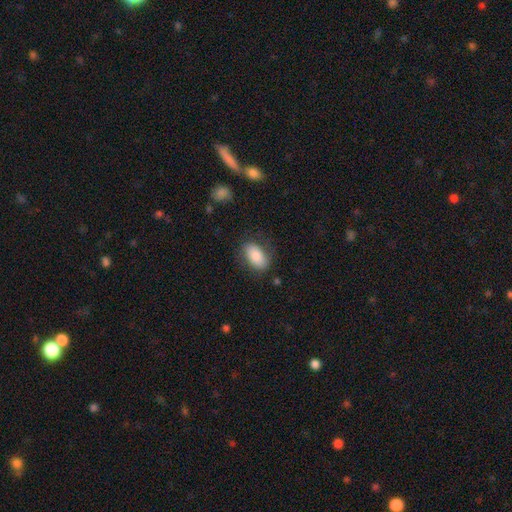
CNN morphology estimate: smooth_or_featured: smooth (p=0.82) [alt: featured or disk p=0.11]
how_rounded: in between (p=0.92) [alt: round p=0.06]
merging: none (p=0.74) [alt: minor disturbance p=0.17]